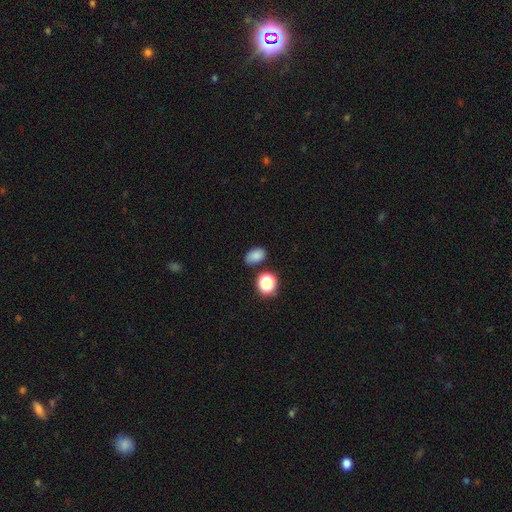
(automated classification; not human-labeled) This is clearly a smooth galaxy (80%). How rounded: clearly in between (84%). Merging: likely none (77%).